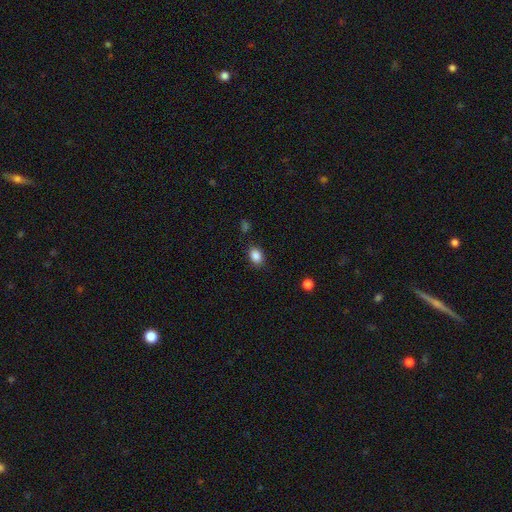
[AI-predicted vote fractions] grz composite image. It shows a smooth galaxy with no disk features (87%) that is in between round and cigar-shaped (74%). Merging: none (84%).